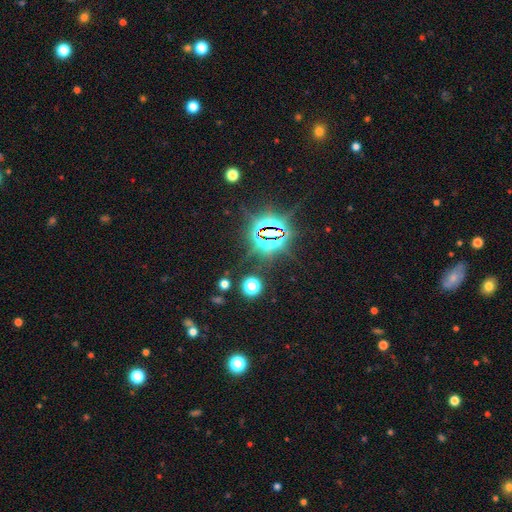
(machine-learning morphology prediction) A star or artifact, not a galaxy (83%).

Vote fractions:
- Smooth or featured? star or artifact: 83% / smooth: 11% / featured or disk: 7%